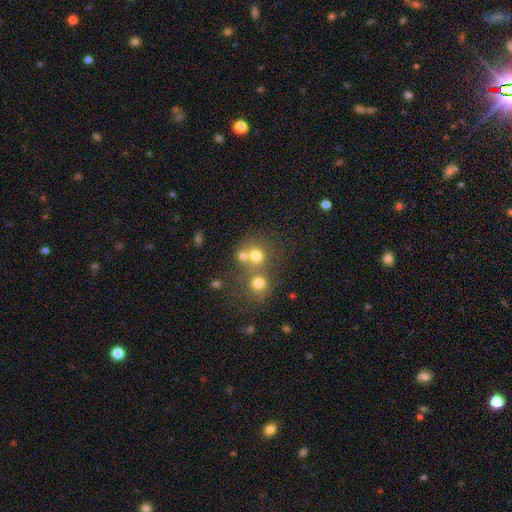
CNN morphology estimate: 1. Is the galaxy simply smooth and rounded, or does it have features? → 71% smooth, 16% star or artifact, 13% featured or disk.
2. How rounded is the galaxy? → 84% round, 15% in between, 1% cigar-shaped.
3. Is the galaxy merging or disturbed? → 48% none, 40% merger, 8% minor disturbance, 4% major disturbance.